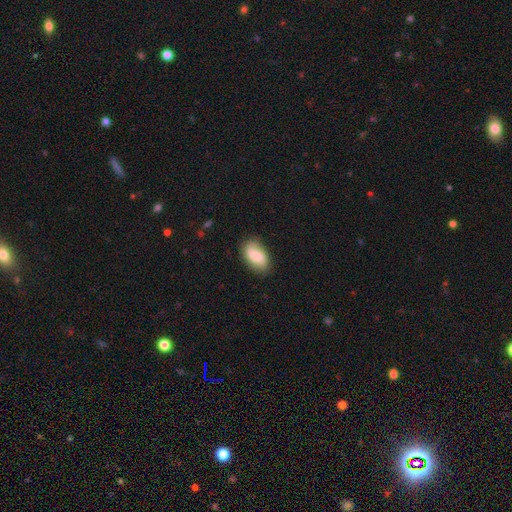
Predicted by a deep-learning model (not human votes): smooth 69%, featured or disk 24%, star or artifact 8%. Down the decision tree: how rounded — in between (92%); merging — none (69%).